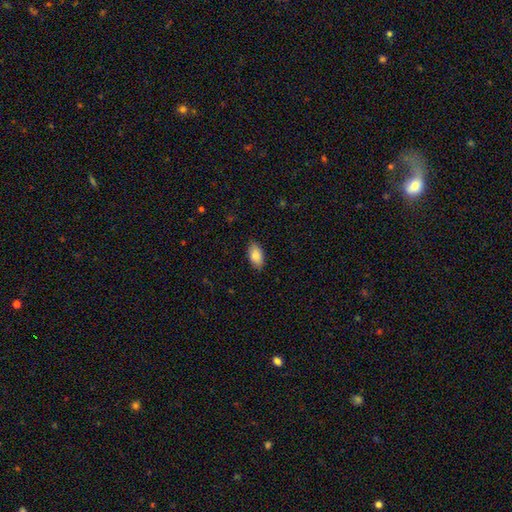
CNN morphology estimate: smooth-or-featured: smooth: 85% | featured or disk: 8% | star or artifact: 7%
  how-rounded: in between: 93% | cigar-shaped: 4% | round: 3%
  merging: none: 86% | minor disturbance: 11% | major disturbance: 2% | merger: 1%